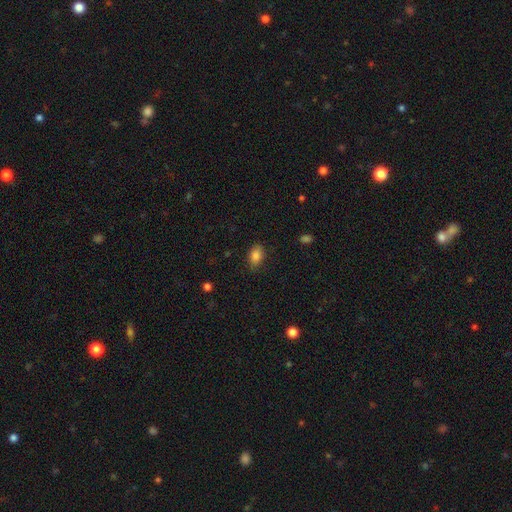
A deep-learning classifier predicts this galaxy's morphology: Smooth or featured? Predicted: smooth (p=0.84). How rounded? Predicted: in between (p=0.86). Merging? Predicted: none (p=0.82).